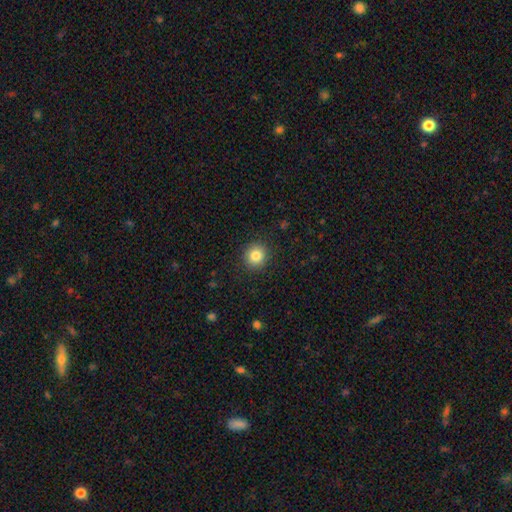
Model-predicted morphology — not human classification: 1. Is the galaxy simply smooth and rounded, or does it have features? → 83% smooth, 10% star or artifact, 6% featured or disk.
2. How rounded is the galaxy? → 90% round, 9% in between, 1% cigar-shaped.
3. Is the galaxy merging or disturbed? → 90% none, 6% minor disturbance, 2% major disturbance, 1% merger.